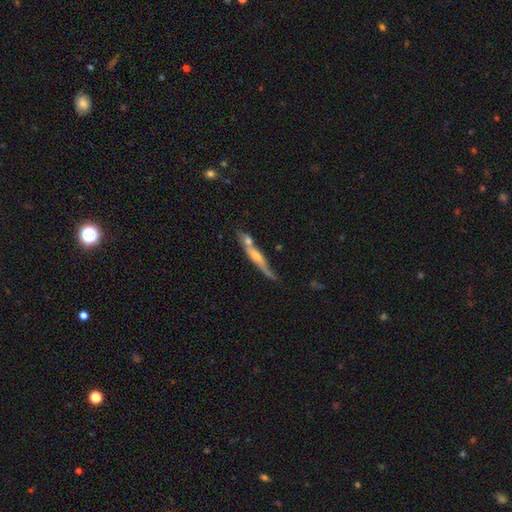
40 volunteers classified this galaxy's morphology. Q: Smooth or featured?
A: featured or disk (55%); runner-up: smooth (38%)
Q: Edge-on disk?
A: yes (91%); runner-up: no (9%)
Q: Edge-on bulge?
A: rounded (75%); runner-up: boxy (20%)
Q: Merging?
A: none (35%); tied with: minor disturbance (35%)